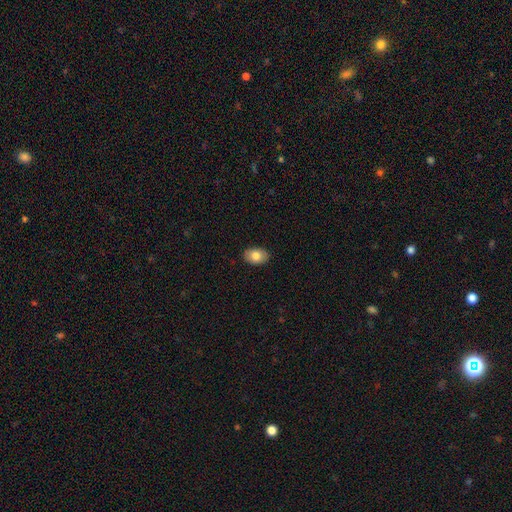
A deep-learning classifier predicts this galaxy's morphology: This is clearly a smooth galaxy (83%). How rounded: clearly in between (84%). Merging: clearly none (89%).